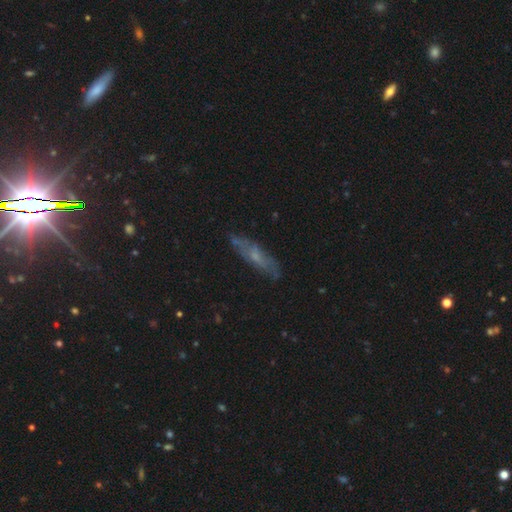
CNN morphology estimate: featured or disk 50%, smooth 40%, star or artifact 10%. Down the decision tree: edge-on disk — no (54%); merging — none (74%).